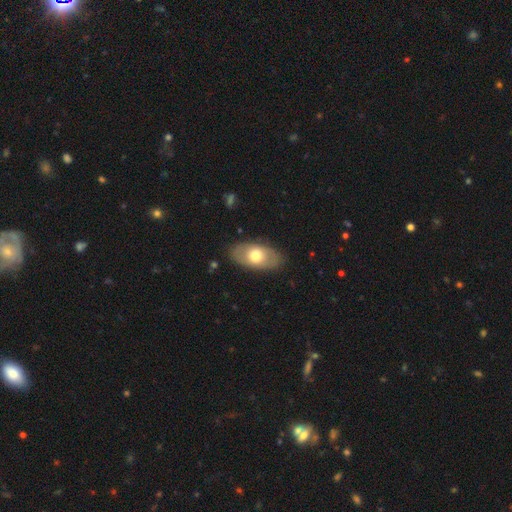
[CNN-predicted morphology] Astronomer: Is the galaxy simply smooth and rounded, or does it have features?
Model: smooth — 61%.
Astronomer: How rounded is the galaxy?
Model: in between — 92%.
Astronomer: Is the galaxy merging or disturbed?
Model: none — 84%.